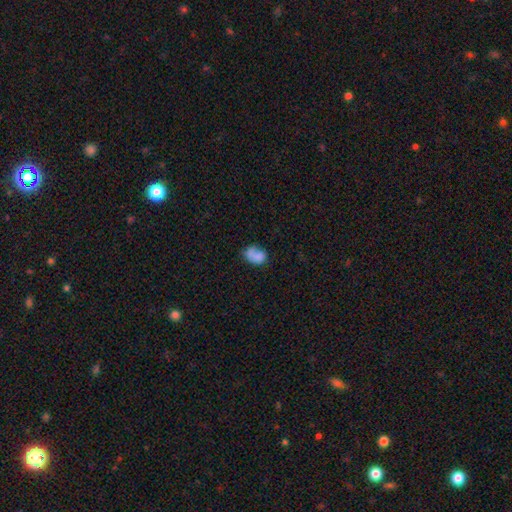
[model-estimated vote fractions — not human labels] The model was most divided on "merging": none: 39%, minor disturbance: 27%, merger: 17%, major disturbance: 17%. More confident: smooth or featured — smooth (73%); how rounded — in between (72%).